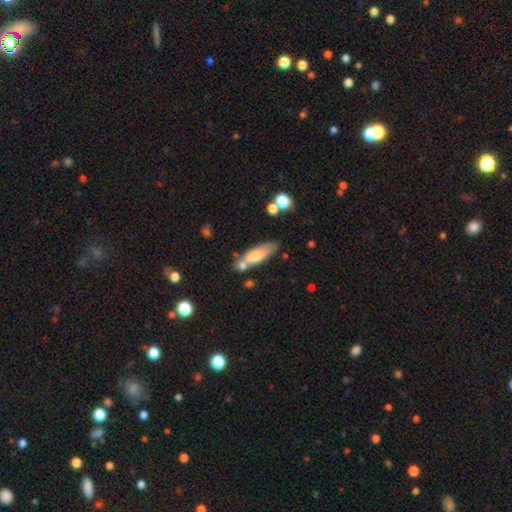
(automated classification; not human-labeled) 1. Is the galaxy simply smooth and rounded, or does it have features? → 66% smooth, 27% featured or disk, 7% star or artifact.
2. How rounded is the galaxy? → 53% in between, 45% cigar-shaped, 2% round.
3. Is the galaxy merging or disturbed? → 58% none, 20% merger, 18% minor disturbance, 5% major disturbance.